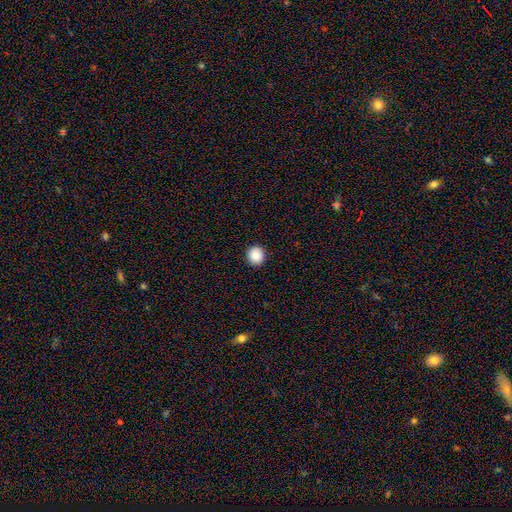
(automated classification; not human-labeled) A smooth galaxy with no disk features (83%) that is round (90%).

Vote fractions:
- Smooth or featured? smooth: 83% / star or artifact: 9% / featured or disk: 8%
- How rounded? round: 90% / in between: 9% / cigar-shaped: 1%
- Merging? none: 93% / minor disturbance: 5% / major disturbance: 1% / merger: 1%